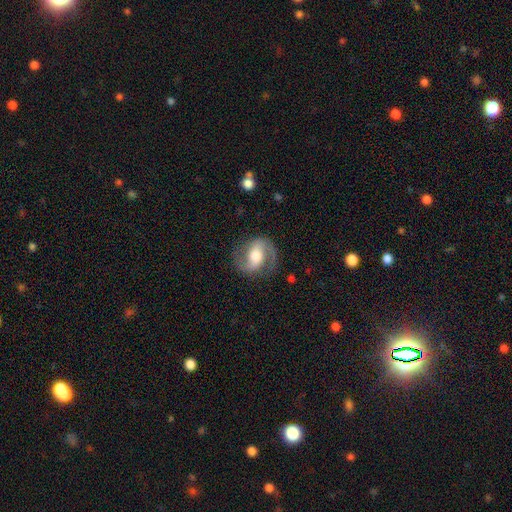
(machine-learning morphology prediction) featured or disk 83%, smooth 12%, star or artifact 5%. Down the decision tree: edge-on disk — no (97%); bar — weak (41%); spiral arms — yes (95%); spiral arm count — 2 (91%); spiral winding — medium (54%); bulge size — moderate (57%); merging — none (79%).